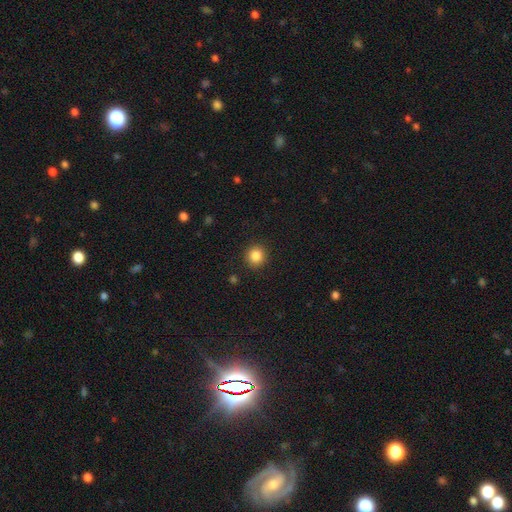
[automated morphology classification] A smooth galaxy with no disk features (86%) that is round (91%).

Vote fractions:
- Smooth or featured? smooth: 86% / star or artifact: 10% / featured or disk: 4%
- How rounded? round: 91% / in between: 8% / cigar-shaped: 1%
- Merging? none: 90% / minor disturbance: 6% / major disturbance: 2% / merger: 1%